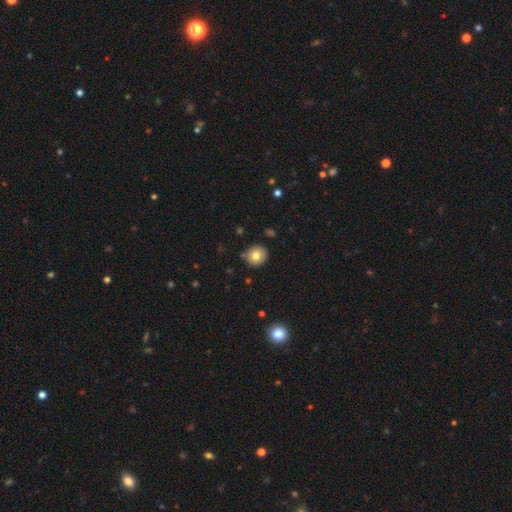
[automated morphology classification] Overall: smooth (78%). How rounded: round (88%). Merging: none (85%).